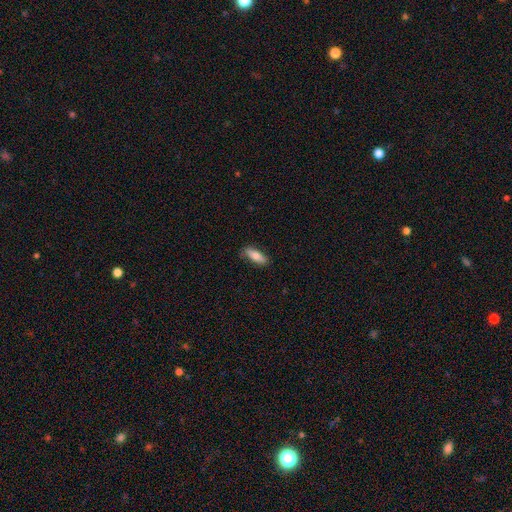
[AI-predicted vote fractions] Smooth or featured? Predicted: smooth (p=0.76). How rounded? Predicted: in between (p=0.56). Merging? Predicted: none (p=0.85).